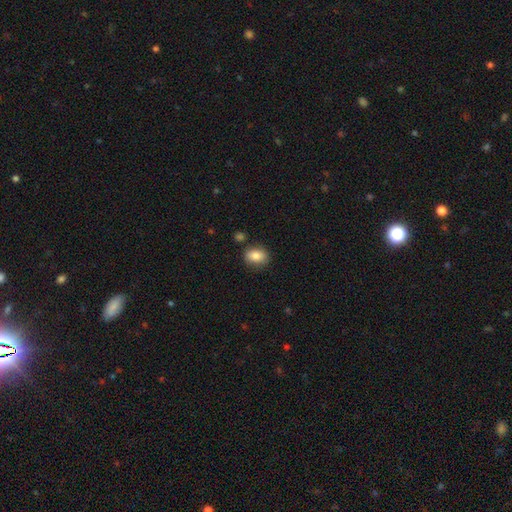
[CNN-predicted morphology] Smooth or featured? Predicted: smooth (p=0.83). How rounded? Predicted: in between (p=0.69). Merging? Predicted: none (p=0.81).